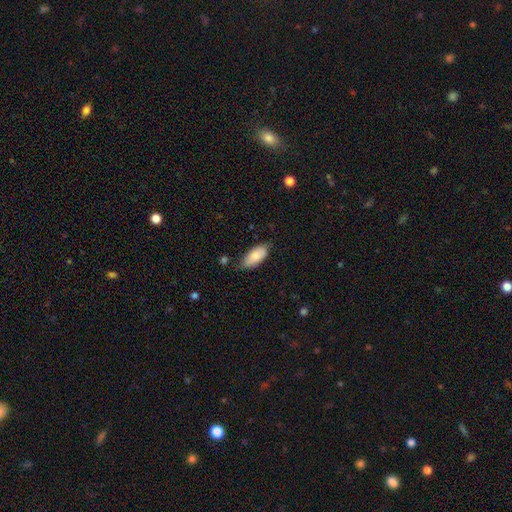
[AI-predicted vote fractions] This appears to be a smooth galaxy with no disk features (81%) that is in between round and cigar-shaped (90%). Merging: none (68%).